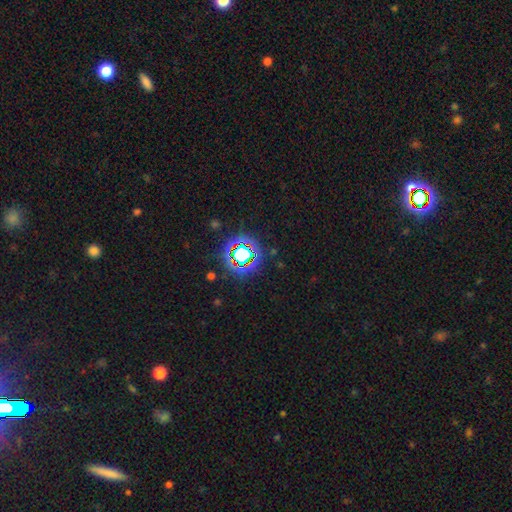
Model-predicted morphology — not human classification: This appears to be a star or artifact, not a galaxy (80%).